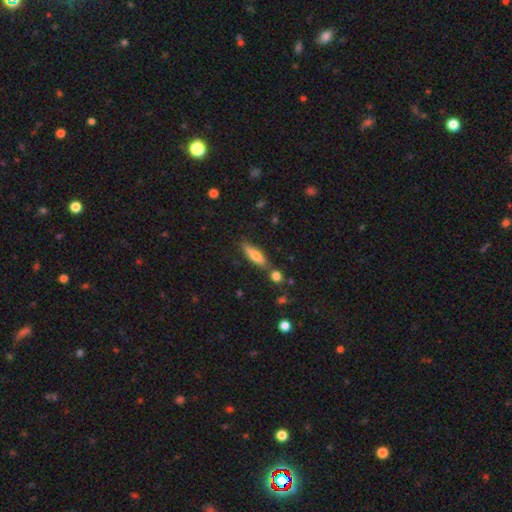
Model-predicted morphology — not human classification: smooth_or_featured: smooth (p=0.68) [alt: featured or disk p=0.25]
how_rounded: cigar-shaped (p=0.55) [alt: in between p=0.42]
merging: none (p=0.68) [alt: minor disturbance p=0.15]